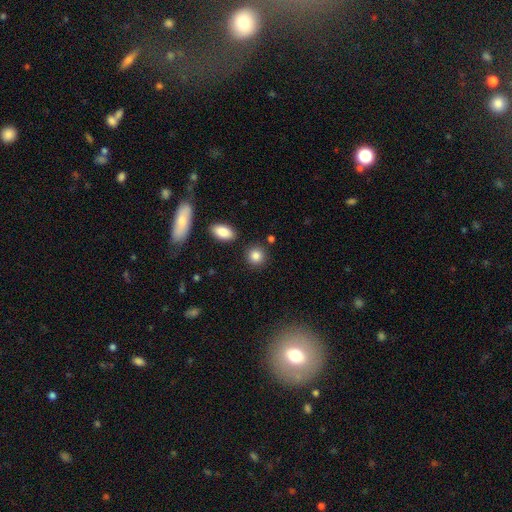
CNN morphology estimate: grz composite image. It shows a smooth galaxy with no disk features (86%) that is round (84%). Merging: none (86%).